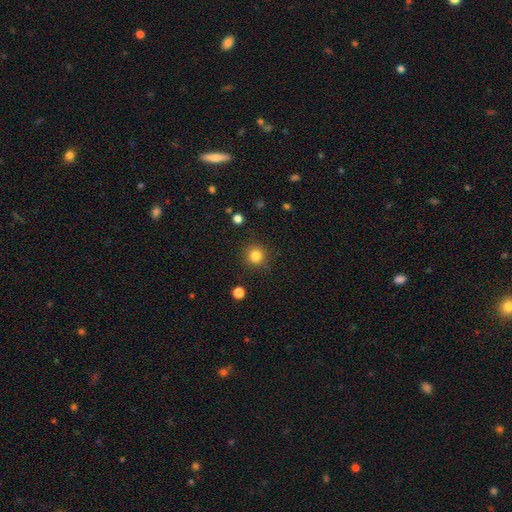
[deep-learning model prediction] smooth-or-featured: smooth: 83% | star or artifact: 12% | featured or disk: 5%
  how-rounded: round: 92% | in between: 7% | cigar-shaped: 1%
  merging: none: 89% | minor disturbance: 7% | major disturbance: 3% | merger: 2%